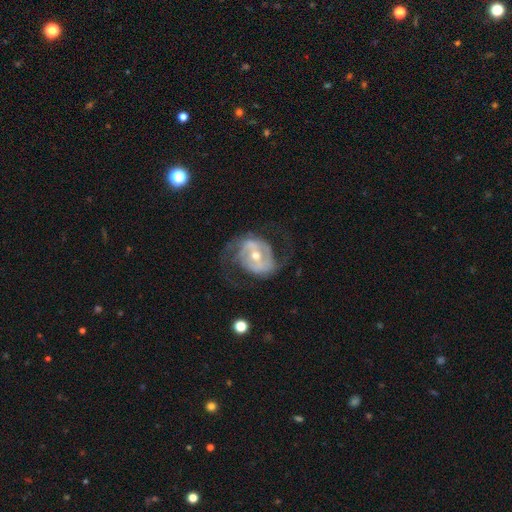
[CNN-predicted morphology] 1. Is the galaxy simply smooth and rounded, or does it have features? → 83% featured or disk, 11% smooth, 6% star or artifact.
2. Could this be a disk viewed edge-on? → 96% no, 4% yes.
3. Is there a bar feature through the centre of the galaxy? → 38% weak, 35% strong, 28% no.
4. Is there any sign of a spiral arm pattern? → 84% yes, 16% no.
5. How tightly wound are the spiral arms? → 47% medium, 32% loose, 21% tight.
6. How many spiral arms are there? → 84% 2, 9% can't tell, 2% 1, 2% 3, 1% 4, 1% more than 4.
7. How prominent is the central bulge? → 56% moderate, 39% small, 3% large, 1% none, 1% dominant.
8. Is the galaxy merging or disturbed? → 62% none, 21% major disturbance, 16% minor disturbance, 2% merger.